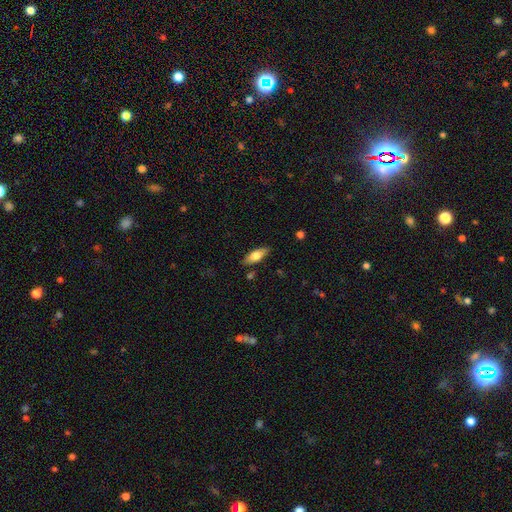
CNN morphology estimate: Smooth or featured?
  - smooth: 71% *
  - featured or disk: 23%
  - star or artifact: 6%
How rounded?
  - in between: 71% *
  - cigar-shaped: 27%
  - round: 2%
Merging?
  - none: 84% *
  - minor disturbance: 12%
  - major disturbance: 2%
  - merger: 2%